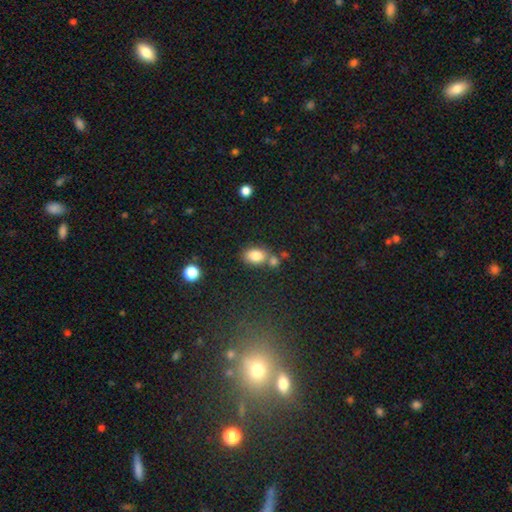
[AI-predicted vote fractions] A smooth galaxy with no disk features (82%) that is in between round and cigar-shaped (81%). Merging: none (60%).